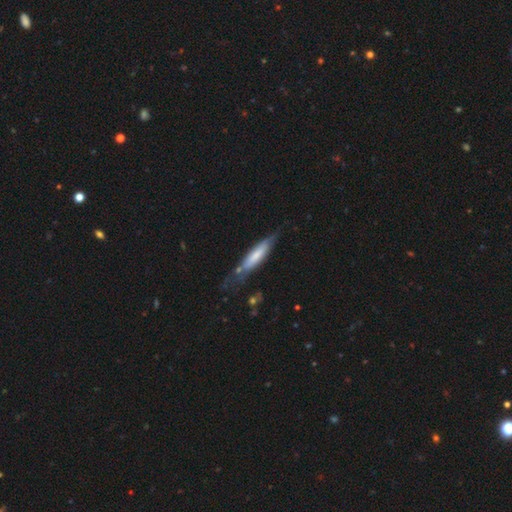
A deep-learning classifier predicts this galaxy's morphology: Q: Smooth or featured?
A: smooth (57%); runner-up: featured or disk (37%)
Q: How rounded?
A: cigar-shaped (76%); runner-up: in between (22%)
Q: Merging?
A: none (51%); runner-up: minor disturbance (29%)